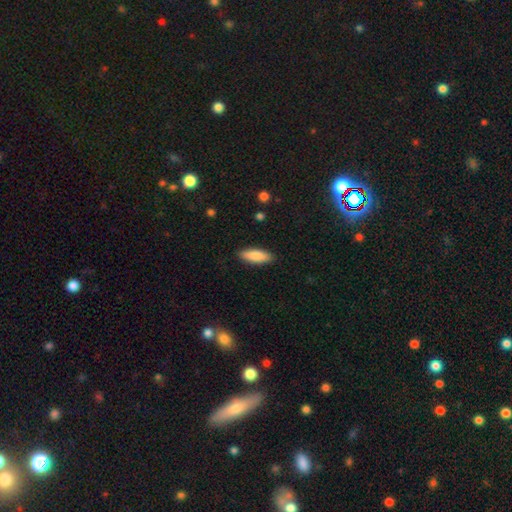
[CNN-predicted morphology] smooth-or-featured: smooth: 86% | featured or disk: 9% | star or artifact: 6%
  how-rounded: in between: 62% | cigar-shaped: 36% | round: 2%
  merging: none: 89% | minor disturbance: 8% | major disturbance: 2% | merger: 1%